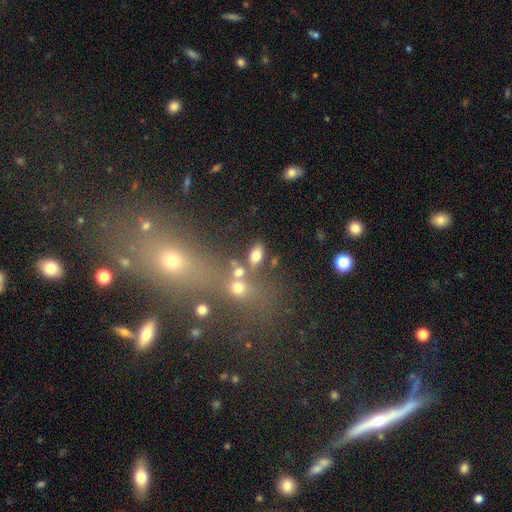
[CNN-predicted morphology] This is likely a smooth galaxy (71%). How rounded: clearly in between (83%). Merging: likely none (65%).